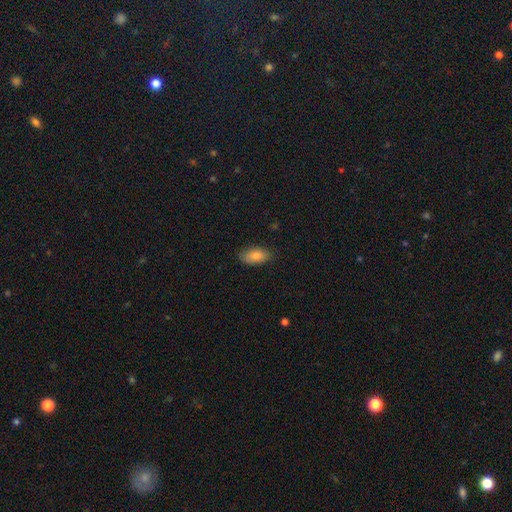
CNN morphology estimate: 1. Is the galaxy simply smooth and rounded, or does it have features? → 84% smooth, 8% featured or disk, 7% star or artifact.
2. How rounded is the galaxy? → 92% in between, 4% cigar-shaped, 4% round.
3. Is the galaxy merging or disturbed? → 83% none, 14% minor disturbance, 3% major disturbance, 1% merger.